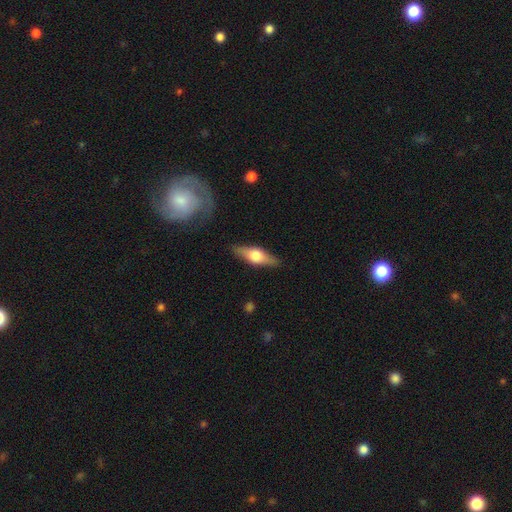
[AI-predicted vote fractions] Smooth or featured?
  - featured or disk: 53% *
  - smooth: 41%
  - star or artifact: 6%
Edge-on disk?
  - yes: 92% *
  - no: 8%
Merging?
  - none: 87% *
  - minor disturbance: 10%
  - major disturbance: 2%
  - merger: 1%